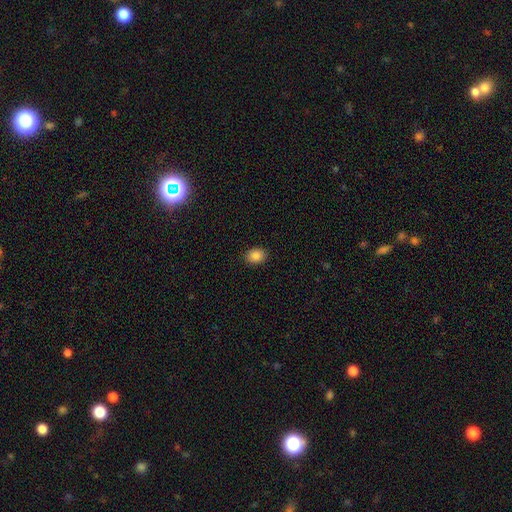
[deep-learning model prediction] Smooth or featured? smooth (86%)
How rounded? in between (63%)
Merging? none (90%)